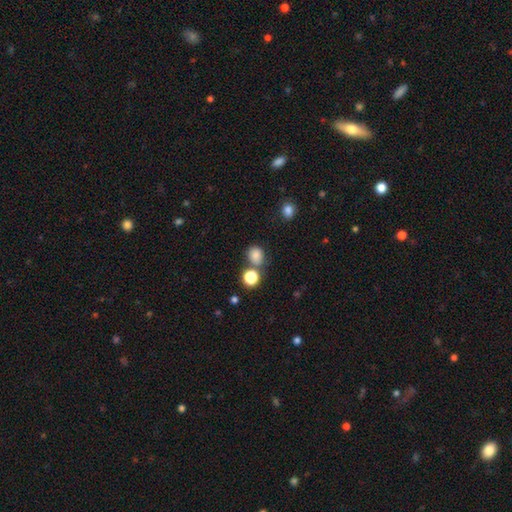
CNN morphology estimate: This is clearly a smooth galaxy (81%). How rounded: likely round (68%). Merging: likely none (65%).